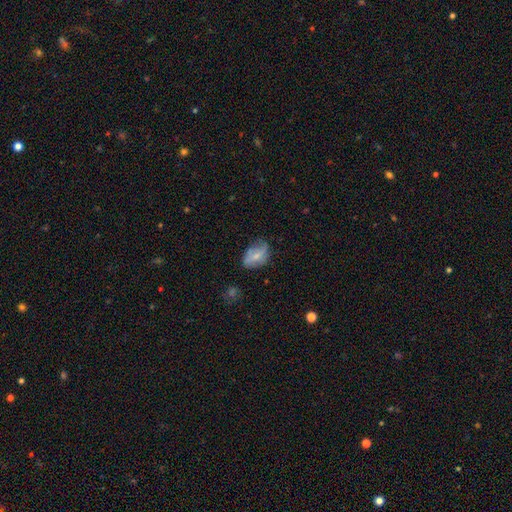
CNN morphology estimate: A smooth galaxy with no disk features (54%) that is in between round and cigar-shaped (86%). Merging: none (53%).